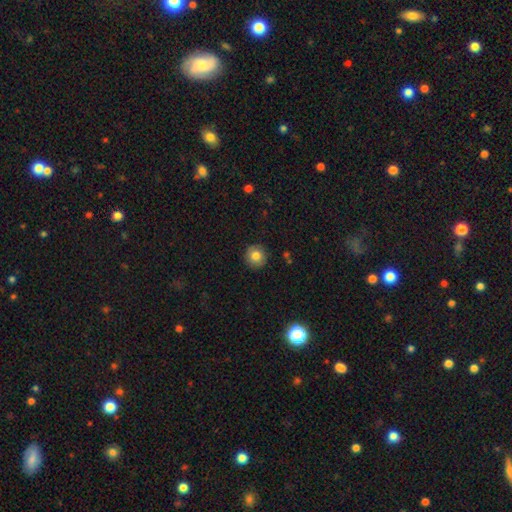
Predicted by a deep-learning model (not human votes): Overall: smooth (80%). How rounded: round (94%). Merging: none (90%).